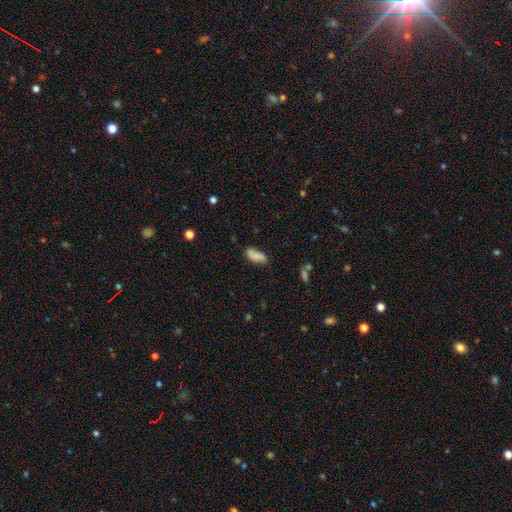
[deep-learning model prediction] A smooth galaxy with no disk features (74%) that is in between round and cigar-shaped (86%).

Vote fractions:
- Smooth or featured? smooth: 74% / featured or disk: 17% / star or artifact: 9%
- How rounded? in between: 86% / cigar-shaped: 11% / round: 3%
- Merging? none: 61% / minor disturbance: 26% / major disturbance: 8% / merger: 5%